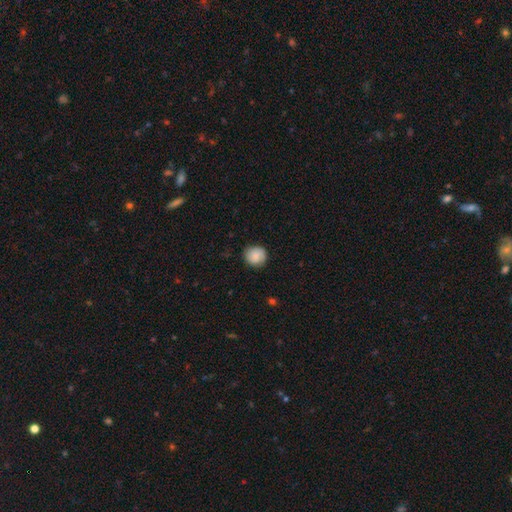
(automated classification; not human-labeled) This is clearly a smooth galaxy (81%). How rounded: clearly round (88%). Merging: clearly none (84%).